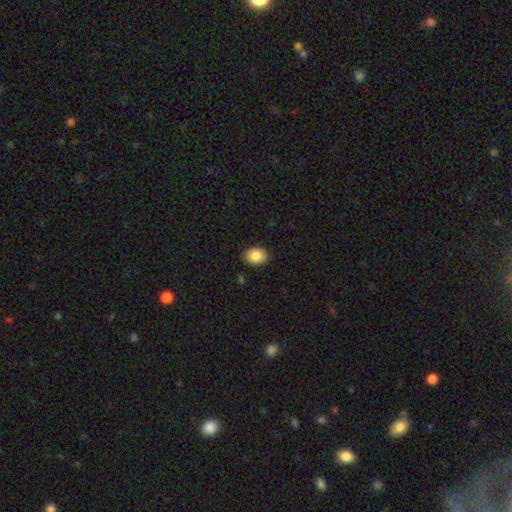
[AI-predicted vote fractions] A smooth galaxy with no disk features (87%) that is in between round and cigar-shaped (71%).

Vote fractions:
- Smooth or featured? smooth: 87% / star or artifact: 8% / featured or disk: 5%
- How rounded? in between: 71% / round: 28% / cigar-shaped: 1%
- Merging? none: 88% / minor disturbance: 9% / major disturbance: 2% / merger: 1%